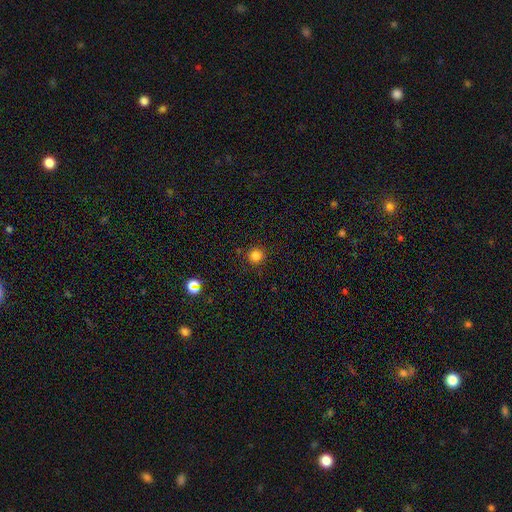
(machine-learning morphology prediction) A smooth galaxy with no disk features (82%) that is round (93%). Merging: none (88%).